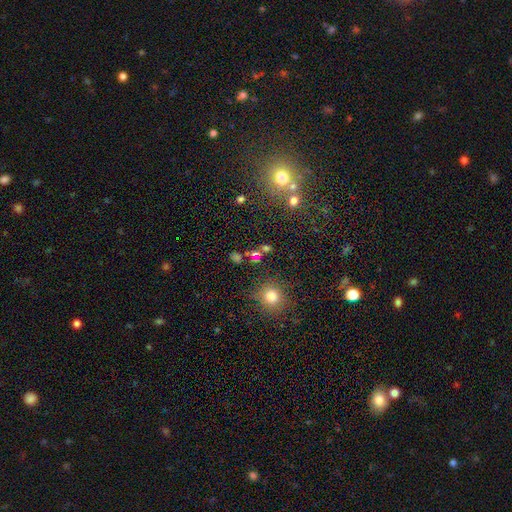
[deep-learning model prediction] Smooth or featured? smooth (56%)
How rounded? round (71%)
Merging? none (67%)